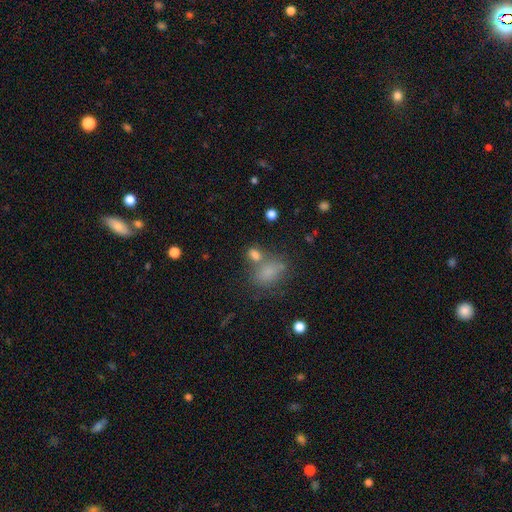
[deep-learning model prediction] smooth-or-featured: smooth: 72% | star or artifact: 17% | featured or disk: 11%
  how-rounded: in between: 71% | round: 27% | cigar-shaped: 3%
  merging: none: 52% | merger: 24% | minor disturbance: 16% | major disturbance: 8%